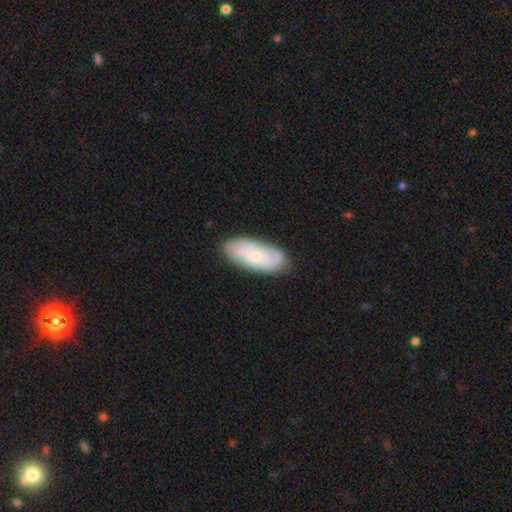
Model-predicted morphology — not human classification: smooth-or-featured: smooth: 49% | featured or disk: 44% | star or artifact: 6%
  merging: none: 79% | minor disturbance: 16% | major disturbance: 3% | merger: 1%